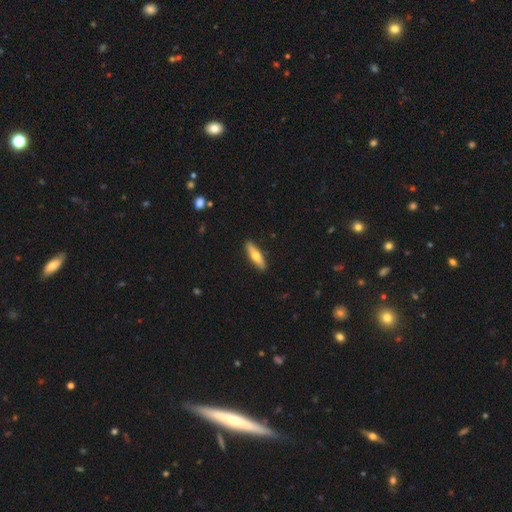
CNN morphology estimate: smooth-or-featured: smooth: 57% | featured or disk: 37% | star or artifact: 5%
  how-rounded: cigar-shaped: 68% | in between: 30% | round: 2%
  merging: none: 90% | minor disturbance: 8% | major disturbance: 2% | merger: 1%